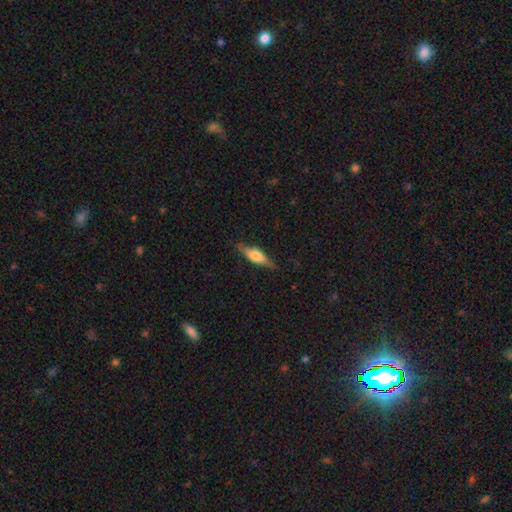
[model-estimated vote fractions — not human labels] smooth_or_featured: smooth (p=0.49) [alt: featured or disk p=0.45]
merging: none (p=0.80) [alt: minor disturbance p=0.16]